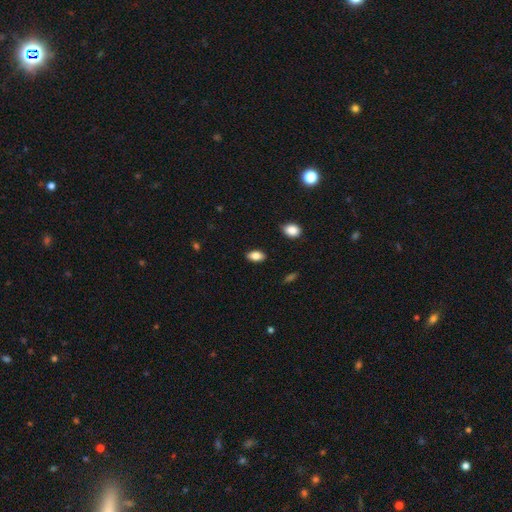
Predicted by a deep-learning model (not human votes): smooth 83%, featured or disk 8%, star or artifact 8%. Down the decision tree: how rounded — in between (89%); merging — none (87%).